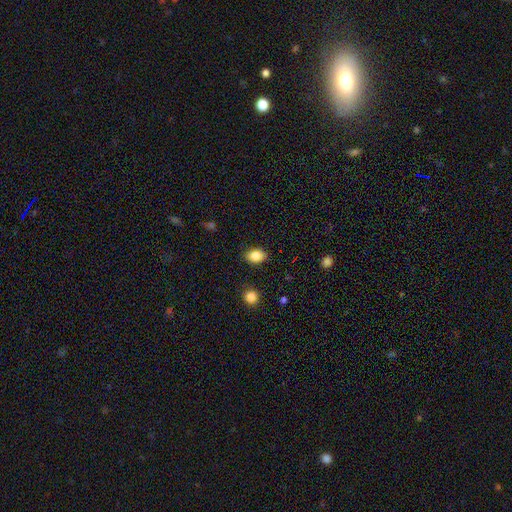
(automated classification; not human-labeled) A smooth galaxy with no disk features (85%) that is in between round and cigar-shaped (76%). Merging: none (87%).